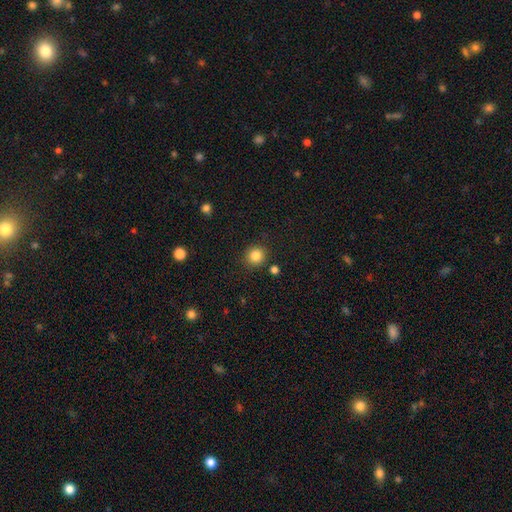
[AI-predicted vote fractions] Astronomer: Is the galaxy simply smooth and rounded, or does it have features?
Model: smooth — 84%.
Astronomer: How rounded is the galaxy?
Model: round — 91%.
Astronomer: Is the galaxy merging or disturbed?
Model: none — 88%.